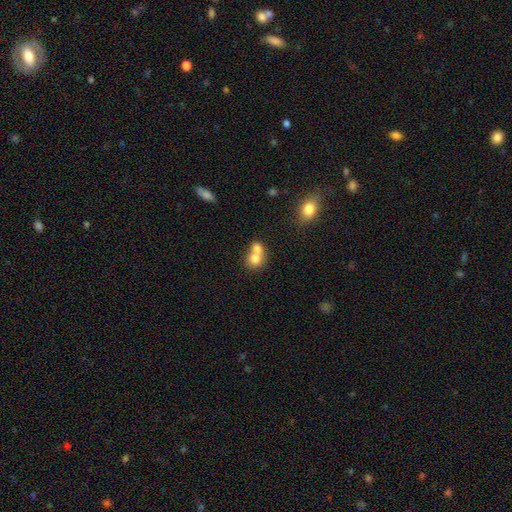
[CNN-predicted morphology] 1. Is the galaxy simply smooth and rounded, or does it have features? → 73% smooth, 18% featured or disk, 9% star or artifact.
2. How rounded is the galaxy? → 69% round, 30% in between, 1% cigar-shaped.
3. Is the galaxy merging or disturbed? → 67% merger, 25% none, 5% minor disturbance, 3% major disturbance.